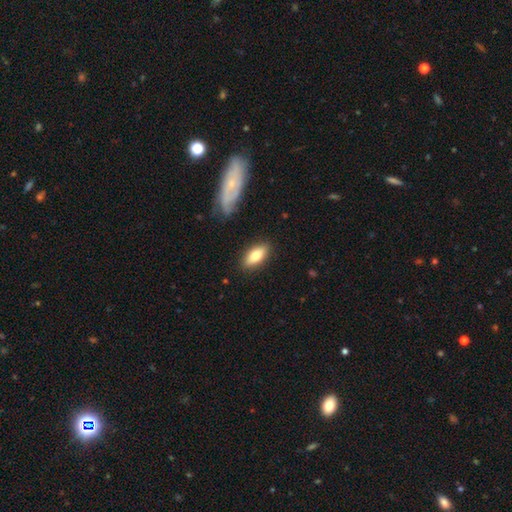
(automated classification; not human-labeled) This appears to be a smooth galaxy with no disk features (72%) that is in between round and cigar-shaped (82%). Merging: none (85%).